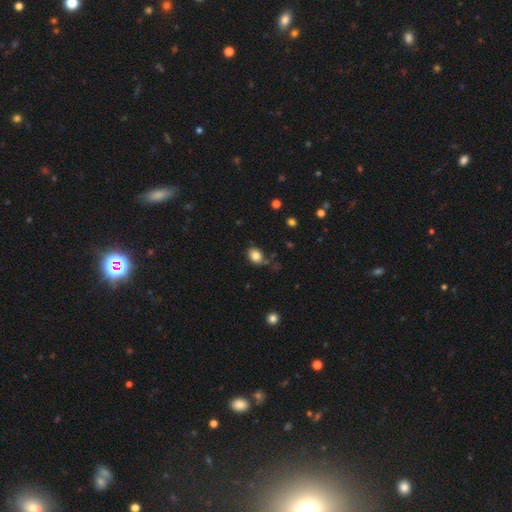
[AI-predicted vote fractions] Overall: smooth (82%). How rounded: in between (59%; round 40%). Merging: none (59%; minor disturbance 27%).